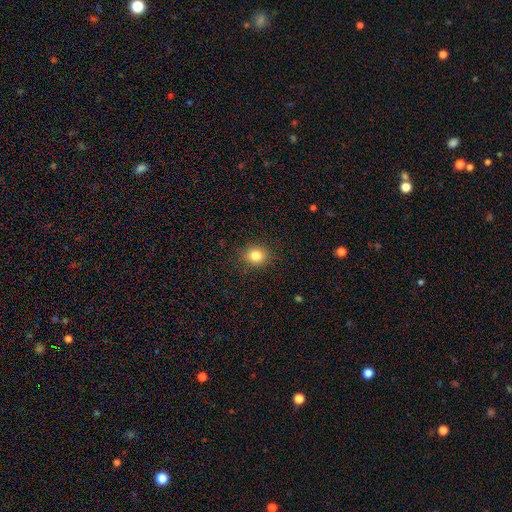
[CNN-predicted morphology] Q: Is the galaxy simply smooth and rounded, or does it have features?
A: smooth — 83%.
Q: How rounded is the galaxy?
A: round — 72%.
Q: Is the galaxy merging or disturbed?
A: none — 89%.